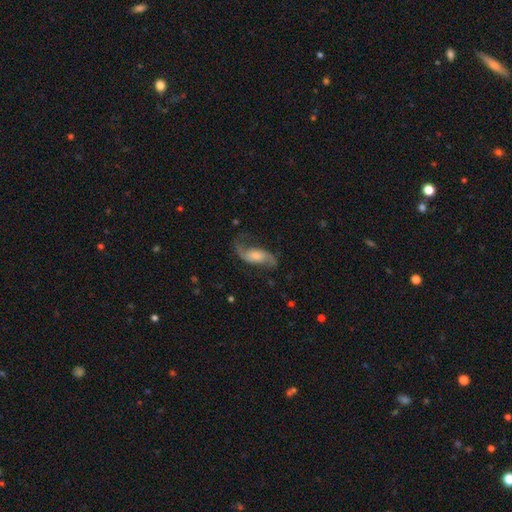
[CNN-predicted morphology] Smooth or featured? featured or disk (79%)
Edge-on disk? no (94%)
Bar? no (52%)
Spiral arms? yes (94%)
Spiral winding? loose (73%)
Spiral arm count? 2 (90%)
Bulge size? small (44%)
Merging? none (67%)